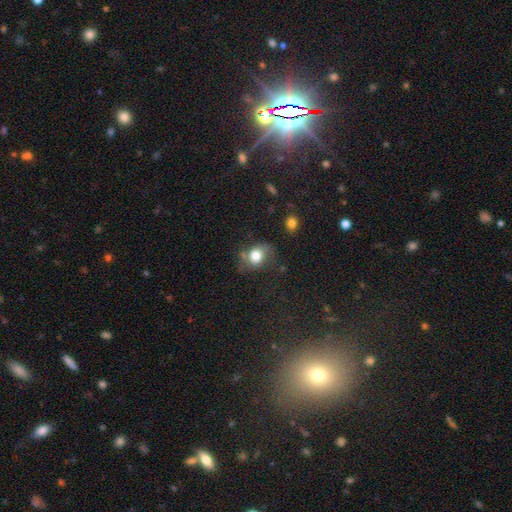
Overall: smooth (77%). How rounded: round (67%; in between 33%). Merging: none (67%).